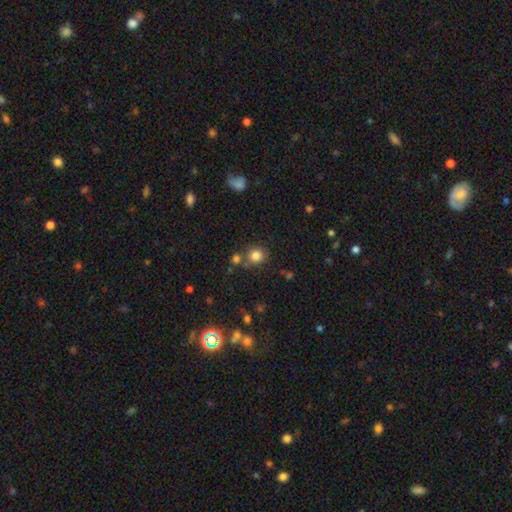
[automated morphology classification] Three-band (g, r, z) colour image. It shows a smooth galaxy with no disk features (81%) that is round (84%). Merging: none (69%).